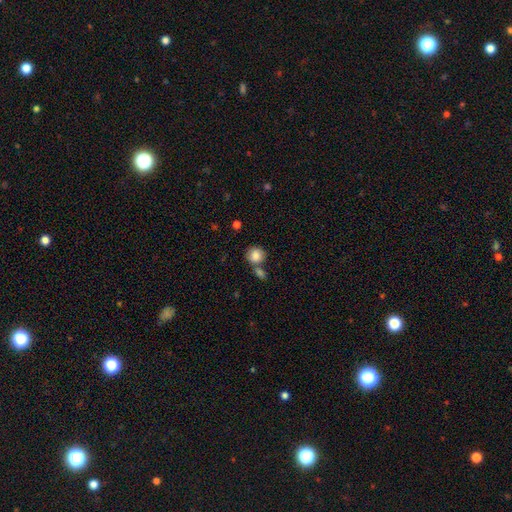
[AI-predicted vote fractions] Overall: smooth (86%). How rounded: round (81%). Merging: none (57%; merger 27%).